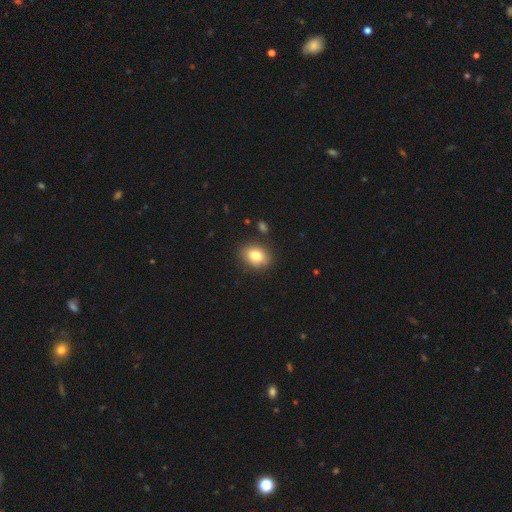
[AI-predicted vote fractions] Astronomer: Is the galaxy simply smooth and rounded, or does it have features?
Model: smooth — 81%.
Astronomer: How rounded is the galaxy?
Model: in between — 67%.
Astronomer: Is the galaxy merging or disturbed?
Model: none — 86%.